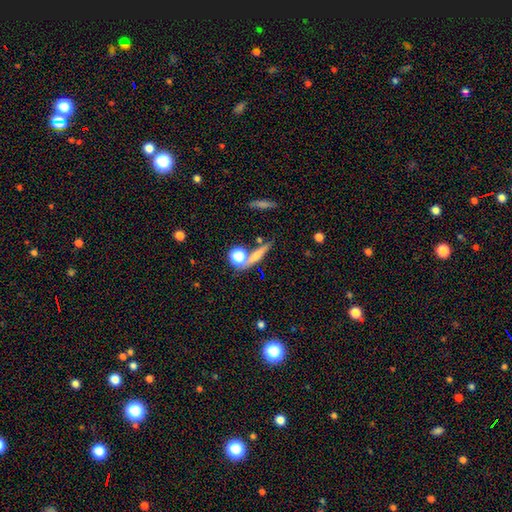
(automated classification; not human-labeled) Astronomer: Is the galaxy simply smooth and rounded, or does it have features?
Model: smooth — 57%.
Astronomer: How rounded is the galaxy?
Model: cigar-shaped — 62%.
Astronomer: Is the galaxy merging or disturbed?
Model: none — 63%.